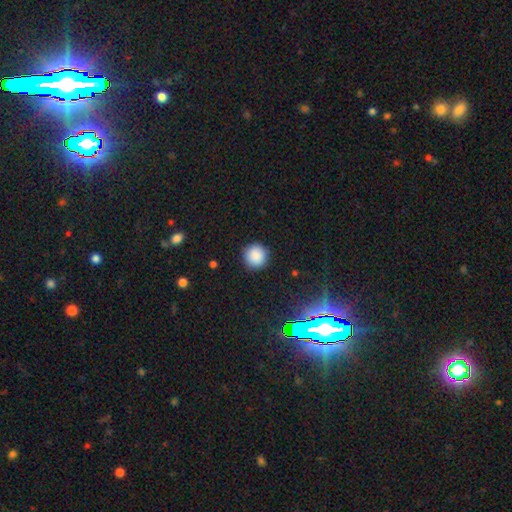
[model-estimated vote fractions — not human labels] The model was most divided on "smooth or featured": smooth: 87%, star or artifact: 10%, featured or disk: 3%. More confident: how rounded — round (95%); merging — none (91%).